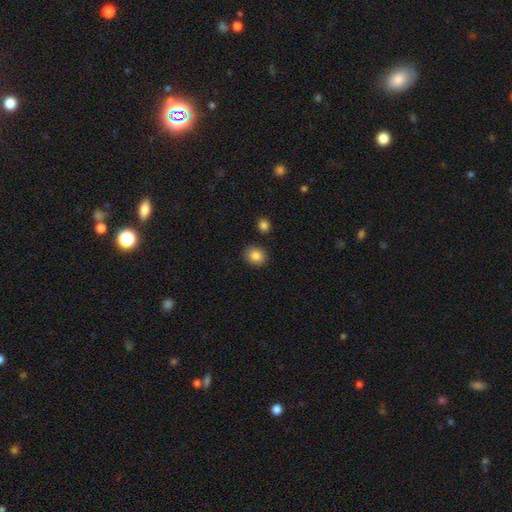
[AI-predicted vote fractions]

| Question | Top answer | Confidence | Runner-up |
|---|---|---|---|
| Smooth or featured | smooth | 85% | star or artifact (9%) |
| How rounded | round | 74% | in between (25%) |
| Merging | none | 88% | minor disturbance (7%) |